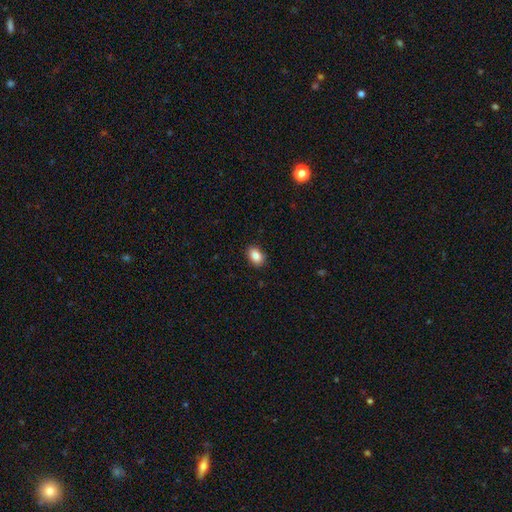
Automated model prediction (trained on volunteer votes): Smooth or featured? Predicted: smooth (p=0.87). How rounded? Predicted: in between (p=0.85). Merging? Predicted: none (p=0.89).